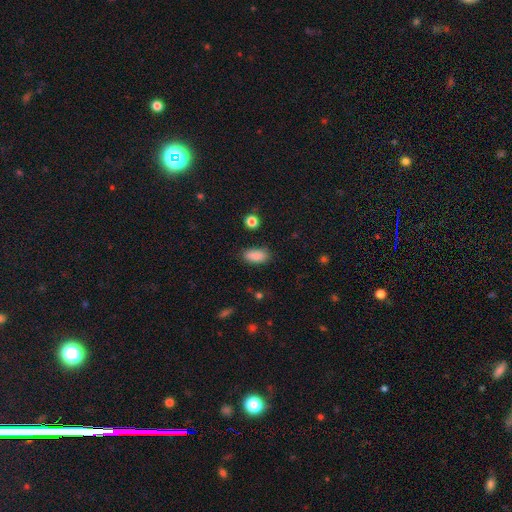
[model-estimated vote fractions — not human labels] Q: Smooth or featured?
A: smooth (88%); runner-up: star or artifact (8%)
Q: How rounded?
A: in between (89%); runner-up: cigar-shaped (7%)
Q: Merging?
A: none (84%); runner-up: minor disturbance (12%)